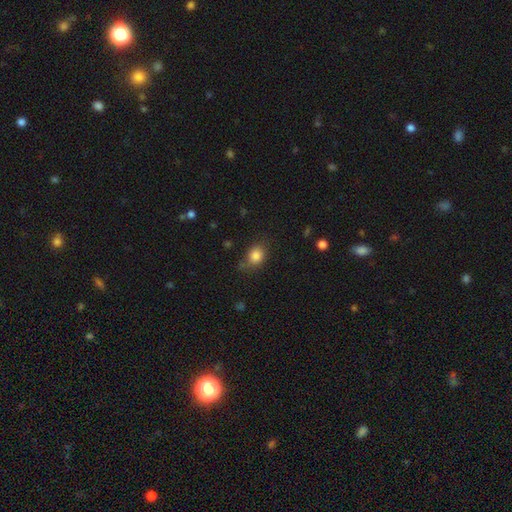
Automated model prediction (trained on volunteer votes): This appears to be a smooth galaxy with no disk features (83%) that is in between round and cigar-shaped (50%). Merging: none (65%).